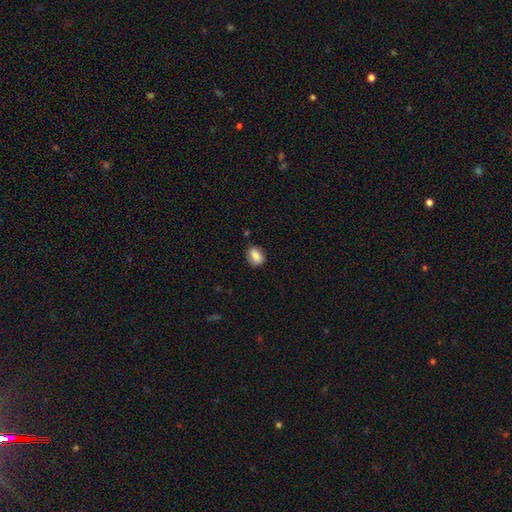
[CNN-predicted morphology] This is clearly a smooth galaxy (82%). How rounded: likely in between (61%). Merging: likely none (78%).